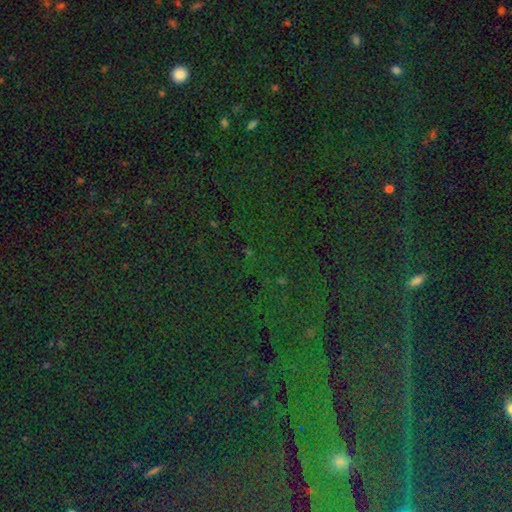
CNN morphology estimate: Smooth or featured?
  - star or artifact: 82% *
  - smooth: 10%
  - featured or disk: 8%